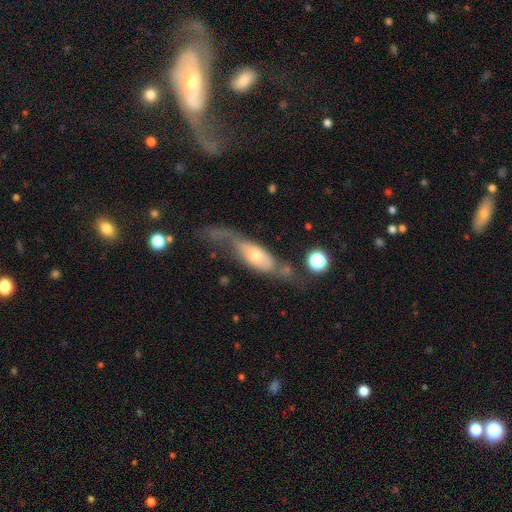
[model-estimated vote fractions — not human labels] A featured or disk galaxy (56%).

Vote fractions:
- Smooth or featured? featured or disk: 56% / smooth: 37% / star or artifact: 7%
- Edge-on disk? no: 66% / yes: 34%
- Merging? major disturbance: 37% / none: 29% / minor disturbance: 23% / merger: 11%